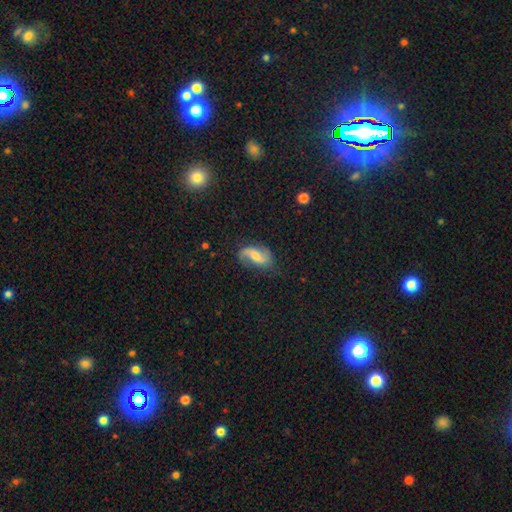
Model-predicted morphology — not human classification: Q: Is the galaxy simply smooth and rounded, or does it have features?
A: featured or disk — 68%.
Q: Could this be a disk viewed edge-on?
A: no — 96%.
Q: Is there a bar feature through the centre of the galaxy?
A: weak — 45%.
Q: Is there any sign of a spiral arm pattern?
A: yes — 92%.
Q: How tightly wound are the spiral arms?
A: loose — 58%.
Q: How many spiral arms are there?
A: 2 — 81%.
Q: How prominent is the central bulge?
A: moderate — 44%.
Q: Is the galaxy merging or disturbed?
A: none — 65%.